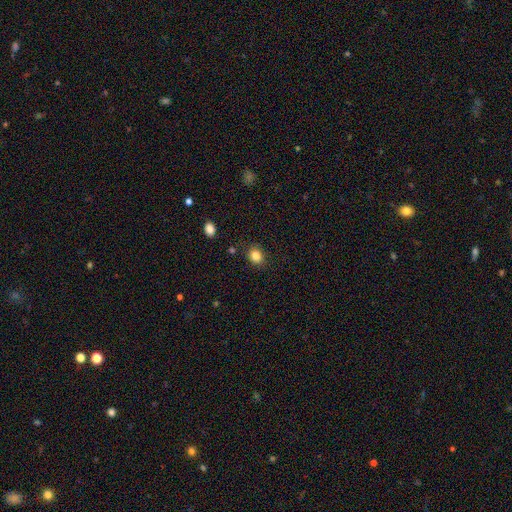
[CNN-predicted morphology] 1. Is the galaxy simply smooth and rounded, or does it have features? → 84% smooth, 11% star or artifact, 5% featured or disk.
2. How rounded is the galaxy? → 54% round, 45% in between, 1% cigar-shaped.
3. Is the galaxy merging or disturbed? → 85% none, 10% minor disturbance, 3% major disturbance, 2% merger.